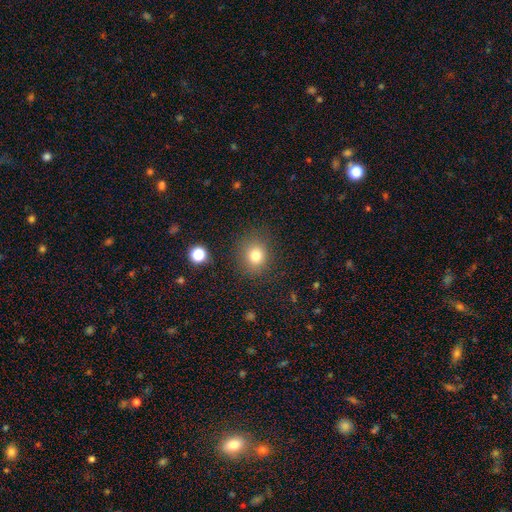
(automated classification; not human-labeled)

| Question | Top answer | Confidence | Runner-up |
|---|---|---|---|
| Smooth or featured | smooth | 79% | star or artifact (13%) |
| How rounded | round | 76% | in between (23%) |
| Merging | none | 84% | minor disturbance (10%) |